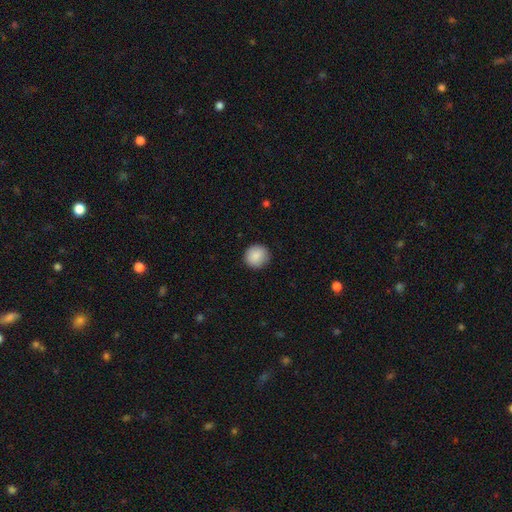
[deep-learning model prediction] smooth-or-featured: smooth: 88% | star or artifact: 8% | featured or disk: 4%
  how-rounded: round: 91% | in between: 8% | cigar-shaped: 1%
  merging: none: 90% | minor disturbance: 7% | major disturbance: 2% | merger: 1%